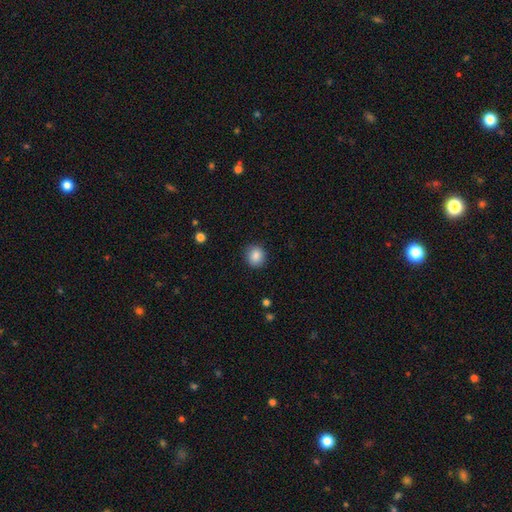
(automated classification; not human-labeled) smooth-or-featured: smooth: 87% | star or artifact: 9% | featured or disk: 4%
  how-rounded: round: 86% | in between: 13% | cigar-shaped: 1%
  merging: none: 89% | minor disturbance: 8% | major disturbance: 2% | merger: 1%